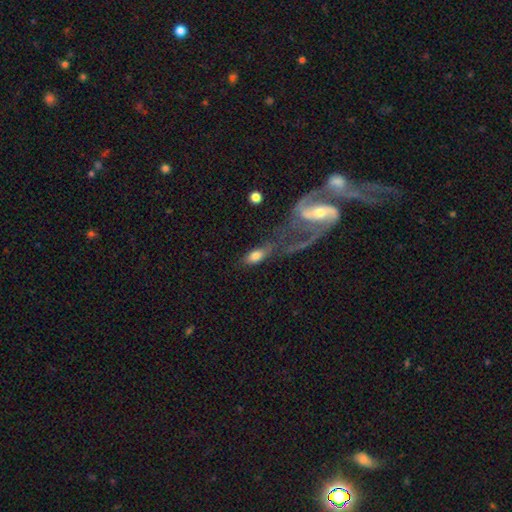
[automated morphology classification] type=smooth (68%); roundness=in between (83%); merging=none (43%).